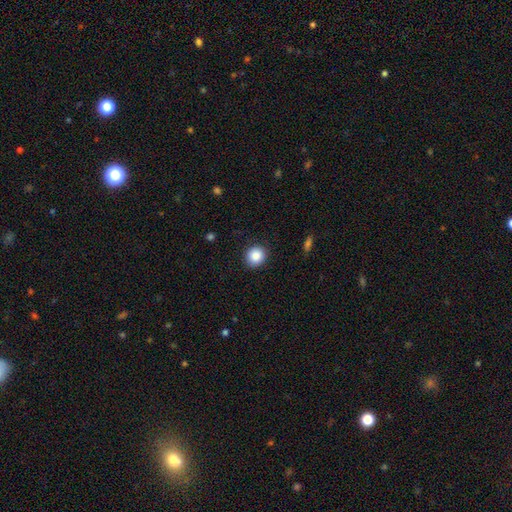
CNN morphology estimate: Q: Smooth or featured?
A: smooth (87%); runner-up: star or artifact (9%)
Q: How rounded?
A: round (86%); runner-up: in between (13%)
Q: Merging?
A: none (89%); runner-up: minor disturbance (8%)